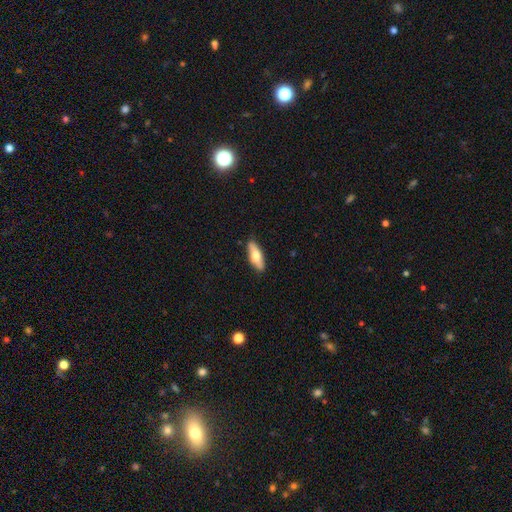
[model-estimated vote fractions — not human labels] This appears to be a smooth galaxy with no disk features (65%) that is in between round and cigar-shaped (60%). Merging: none (87%).